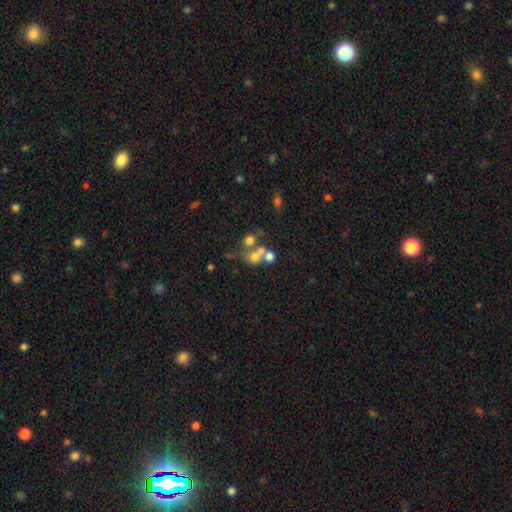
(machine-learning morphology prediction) Smooth or featured? smooth (56%)
How rounded? round (77%)
Merging? merger (53%)